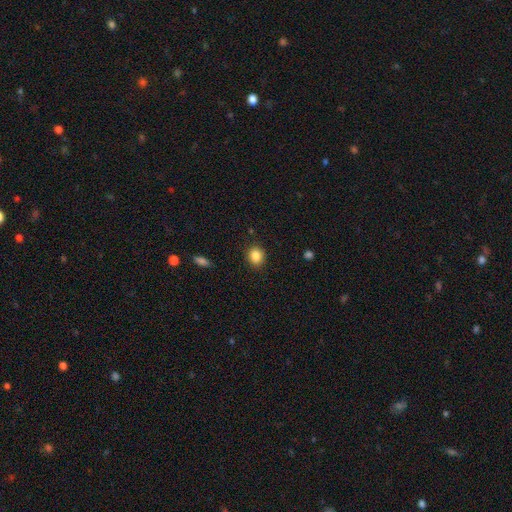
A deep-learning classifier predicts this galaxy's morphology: type=smooth (86%); roundness=round (70%); merging=none (89%).